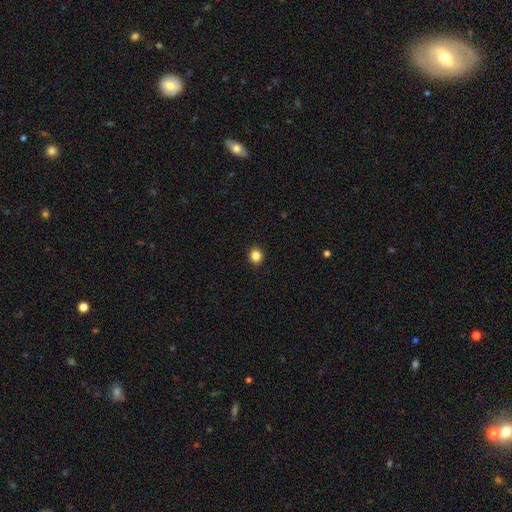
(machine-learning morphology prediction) Q: Smooth or featured?
A: smooth (85%); runner-up: star or artifact (11%)
Q: How rounded?
A: round (76%); runner-up: in between (24%)
Q: Merging?
A: none (92%); runner-up: minor disturbance (5%)